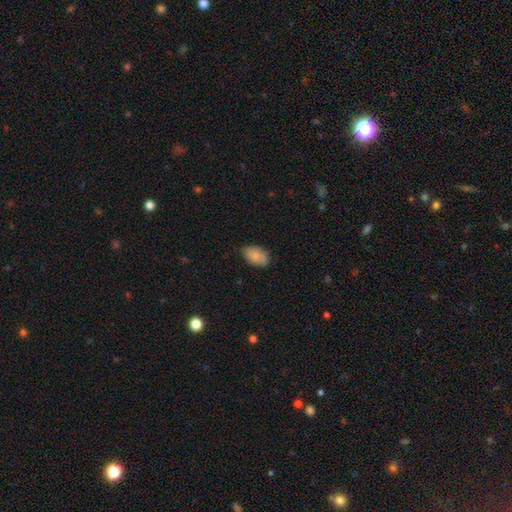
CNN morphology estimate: type=smooth (79%); roundness=in between (91%); merging=none (74%).